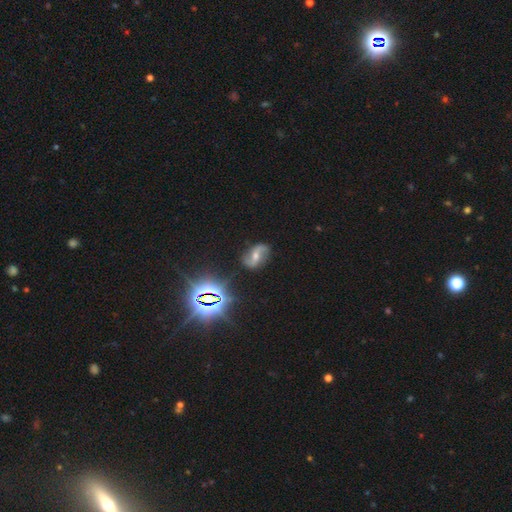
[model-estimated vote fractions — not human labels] This is likely a featured or disk galaxy (71%). It is clearly not viewed edge-on (96%). Bar: marginally weak (38%). Spiral arm pattern: clearly yes (91%). Spiral arm count: clearly 2 (91%). Spiral winding: possibly loose (53%). Central bulge: possibly moderate (53%). Merging: likely none (80%).